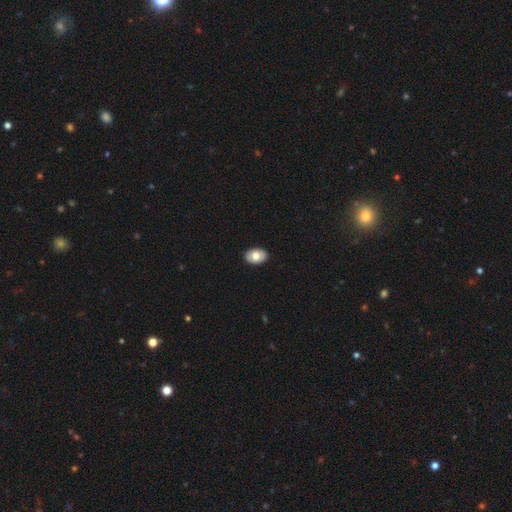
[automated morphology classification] A smooth galaxy with no disk features (74%) that is in between round and cigar-shaped (87%).

Vote fractions:
- Smooth or featured? smooth: 74% / featured or disk: 19% / star or artifact: 6%
- How rounded? in between: 87% / round: 12% / cigar-shaped: 1%
- Merging? none: 91% / minor disturbance: 7% / major disturbance: 1% / merger: 1%